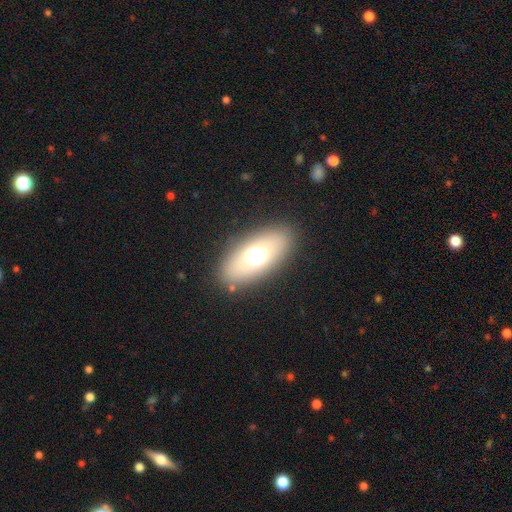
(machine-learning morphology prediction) Q: Smooth or featured?
A: smooth (61%); runner-up: featured or disk (25%)
Q: How rounded?
A: in between (81%); runner-up: round (12%)
Q: Merging?
A: none (86%); runner-up: minor disturbance (8%)